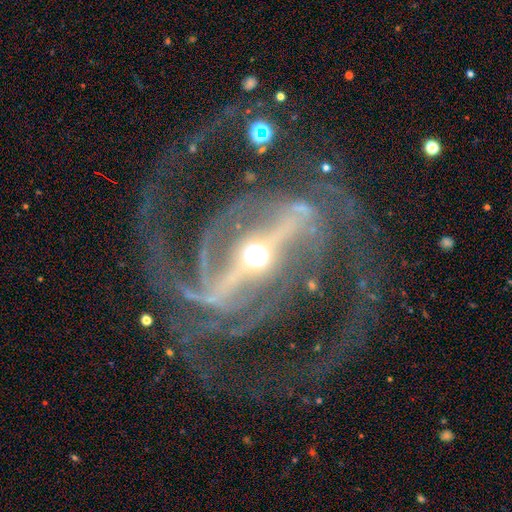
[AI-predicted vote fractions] Morphology: type=featured or disk (92%); edge-on=no (94%); bar=strong (84%); spiral arms=yes (96%); winding=medium (46%); arm count=2 (56%); bulge=moderate (62%); merging=none (62%).